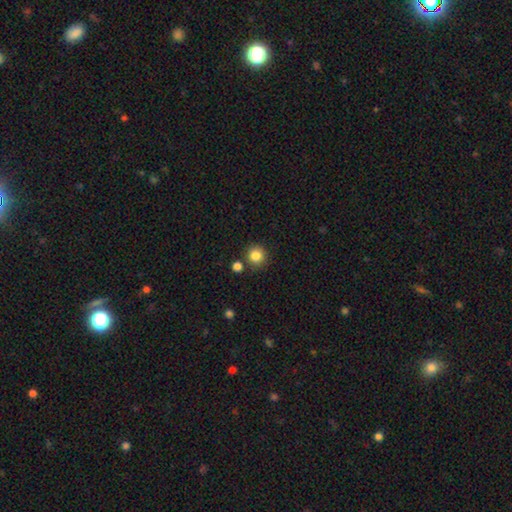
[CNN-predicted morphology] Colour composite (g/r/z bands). It shows a smooth galaxy with no disk features (84%) that is round (93%). Merging: none (83%).